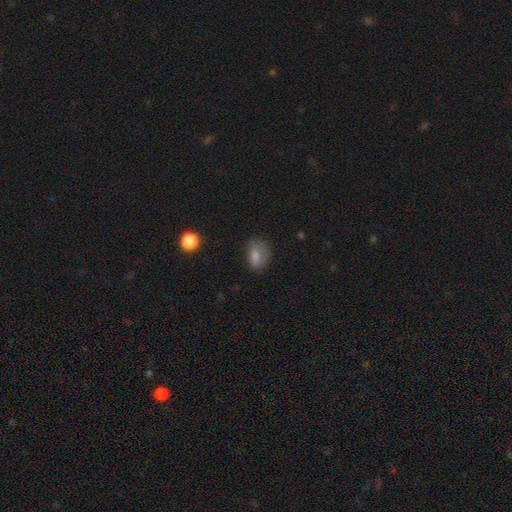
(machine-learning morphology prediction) Overall: smooth (76%). How rounded: in between (75%). Merging: none (58%; minor disturbance 27%).